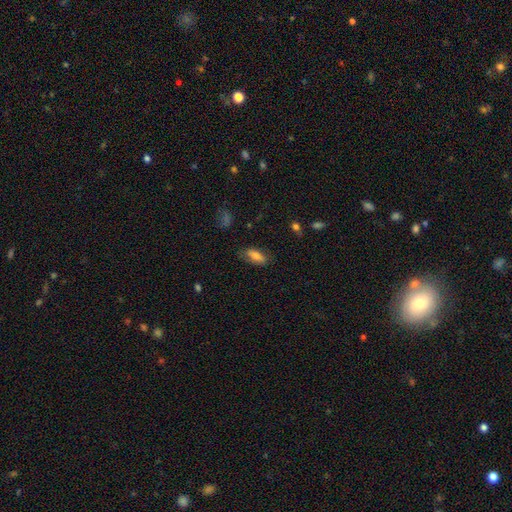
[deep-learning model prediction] Smooth or featured?
  - smooth: 71% *
  - featured or disk: 21%
  - star or artifact: 8%
How rounded?
  - in between: 83% *
  - cigar-shaped: 14%
  - round: 3%
Merging?
  - none: 73% *
  - minor disturbance: 20%
  - major disturbance: 6%
  - merger: 2%